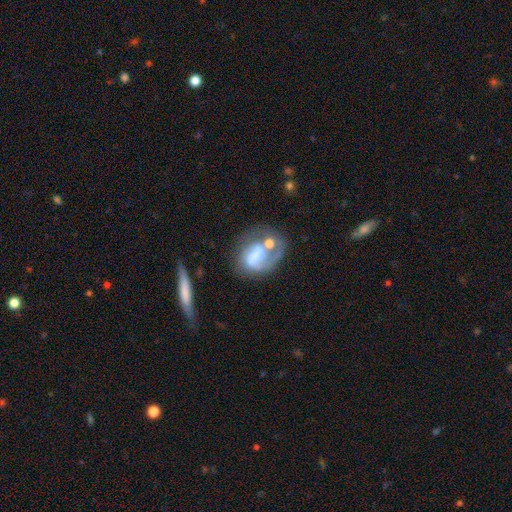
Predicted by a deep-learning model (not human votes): A featured or disk galaxy (59%) with no bar (41%), spiral arms (66%) and no central bulge (44%).

Vote fractions:
- Smooth or featured? featured or disk: 59% / smooth: 31% / star or artifact: 9%
- Edge-on disk? no: 97% / yes: 3%
- Bar? no: 41% / weak: 34% / strong: 25%
- Spiral arms? yes: 66% / no: 34%
- Bulge size? none: 44% / moderate: 22% / small: 19% / large: 12% / dominant: 4%
- Merging? none: 31% / major disturbance: 30% / merger: 23% / minor disturbance: 16%